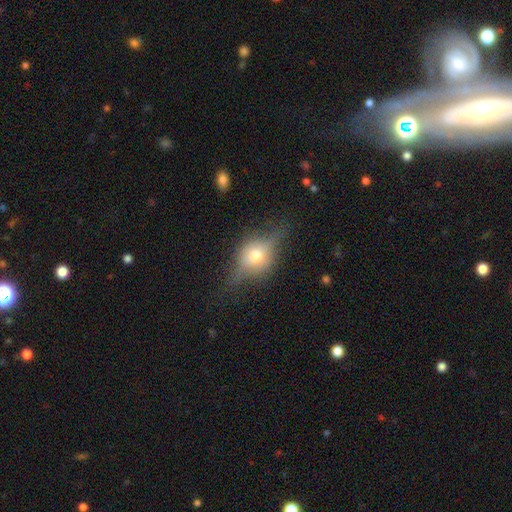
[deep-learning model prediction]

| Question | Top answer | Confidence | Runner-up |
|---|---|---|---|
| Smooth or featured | featured or disk | 57% | smooth (33%) |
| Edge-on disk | yes | 87% | no (13%) |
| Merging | none | 65% | minor disturbance (22%) |